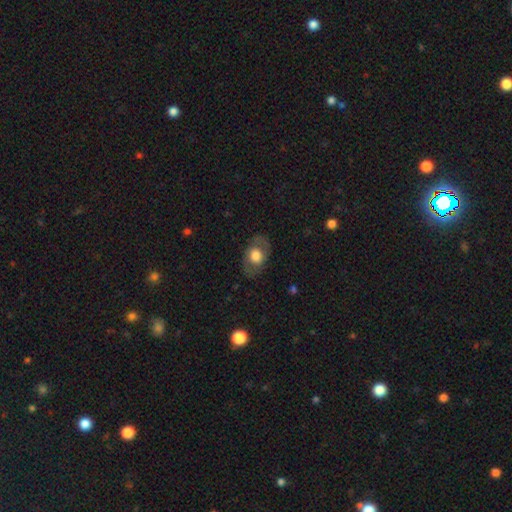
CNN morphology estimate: Q: Smooth or featured?
A: smooth (54%); runner-up: featured or disk (40%)
Q: How rounded?
A: in between (72%); runner-up: round (26%)
Q: Merging?
A: none (79%); runner-up: minor disturbance (13%)